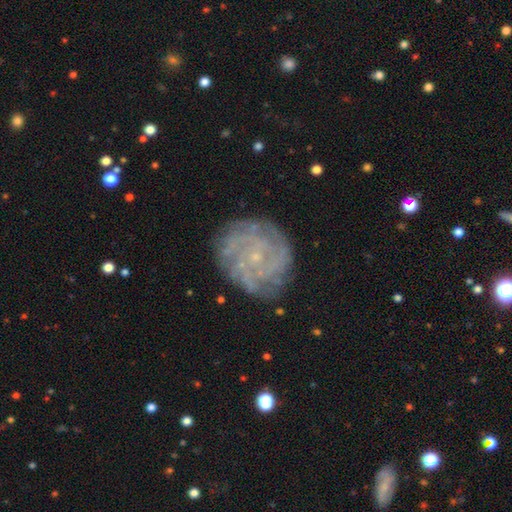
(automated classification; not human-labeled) Morphology: type=featured or disk (79%); edge-on=no (97%); bar=no (76%); spiral arms=yes (95%); winding=tight (72%); arm count=can't tell (30%); bulge=small (86%); merging=none (82%).